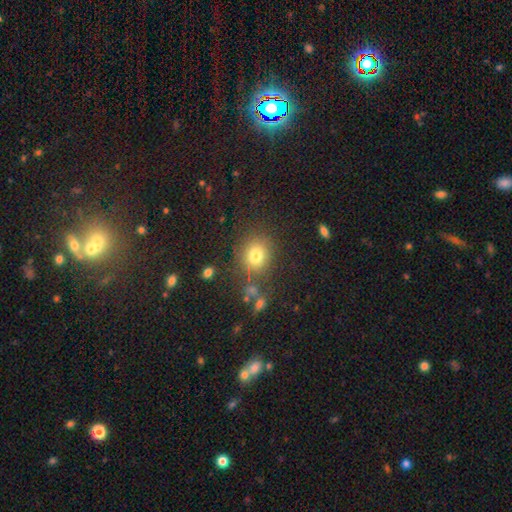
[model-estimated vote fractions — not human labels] Smooth or featured? Predicted: smooth (p=0.77). How rounded? Predicted: round (p=0.81). Merging? Predicted: none (p=0.79).